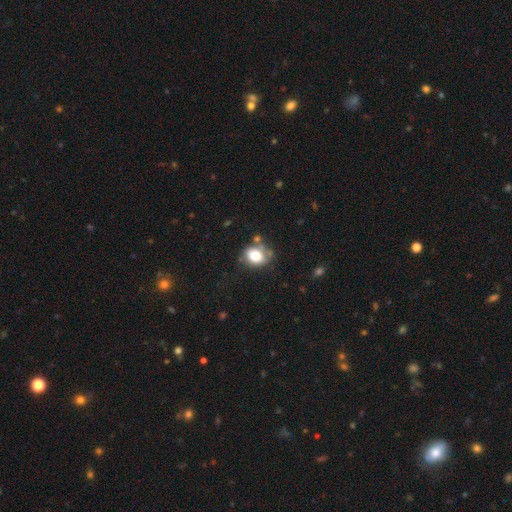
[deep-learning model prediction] The model was most divided on "how rounded": in between: 50%, round: 49%, cigar-shaped: 1%. More confident: smooth or featured — smooth (80%); merging — none (58%).